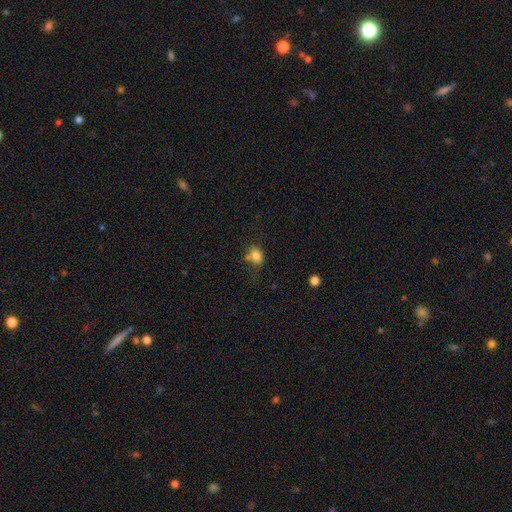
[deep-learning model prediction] A smooth galaxy with no disk features (78%) that is in between round and cigar-shaped (50%). Merging: none (45%).